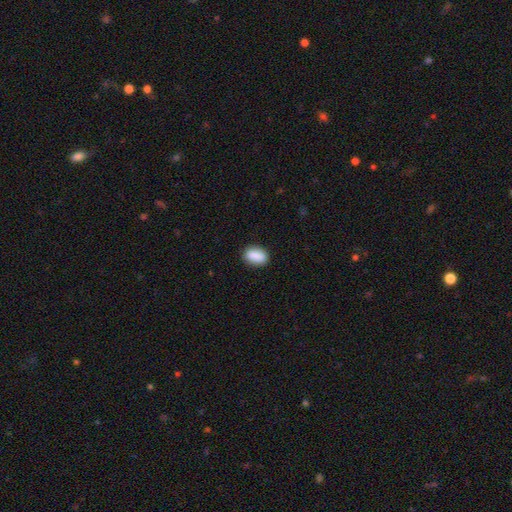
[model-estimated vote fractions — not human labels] This is clearly a smooth galaxy (88%). How rounded: clearly in between (83%). Merging: clearly none (86%).